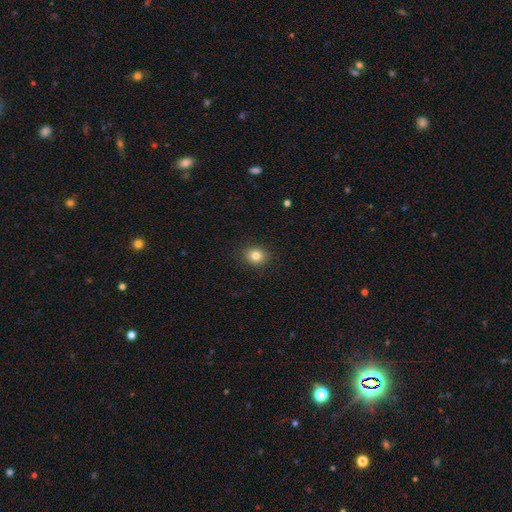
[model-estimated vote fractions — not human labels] Smooth or featured? smooth (82%)
How rounded? round (68%)
Merging? none (90%)